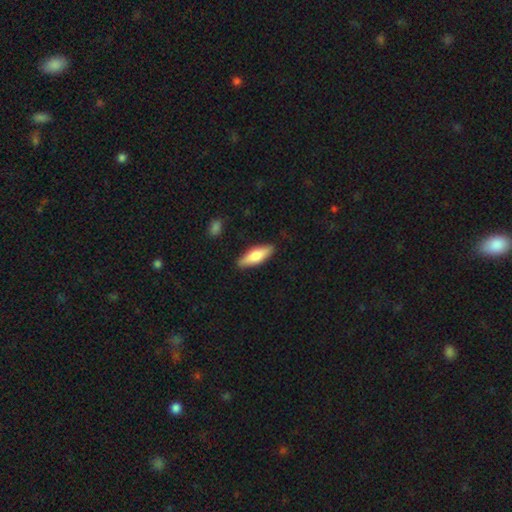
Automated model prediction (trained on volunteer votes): This appears to be a smooth galaxy with no disk features (68%) that is in between round and cigar-shaped (51%). Merging: none (87%).